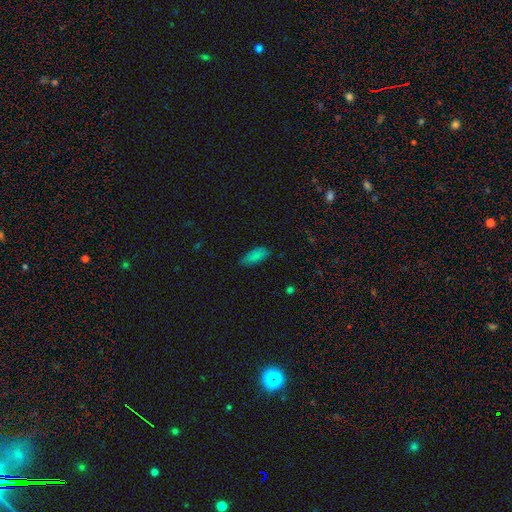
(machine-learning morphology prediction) A smooth galaxy with no disk features (85%) that is in between round and cigar-shaped (83%).

Vote fractions:
- Smooth or featured? smooth: 85% / star or artifact: 9% / featured or disk: 6%
- How rounded? in between: 83% / cigar-shaped: 15% / round: 2%
- Merging? none: 78% / minor disturbance: 17% / major disturbance: 3% / merger: 1%